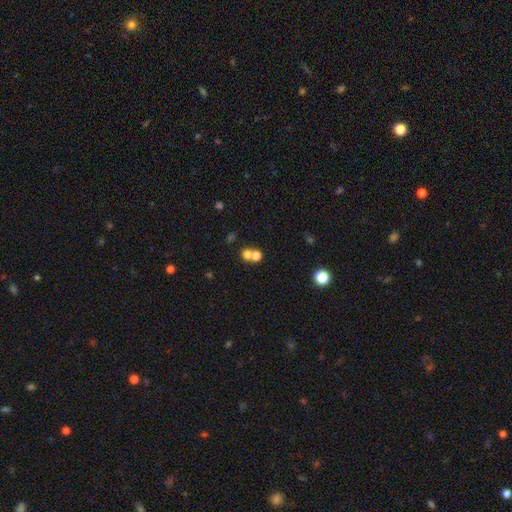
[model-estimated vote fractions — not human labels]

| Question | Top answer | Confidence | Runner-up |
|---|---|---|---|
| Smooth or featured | smooth | 71% | star or artifact (16%) |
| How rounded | round | 81% | in between (18%) |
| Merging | merger | 55% | none (37%) |